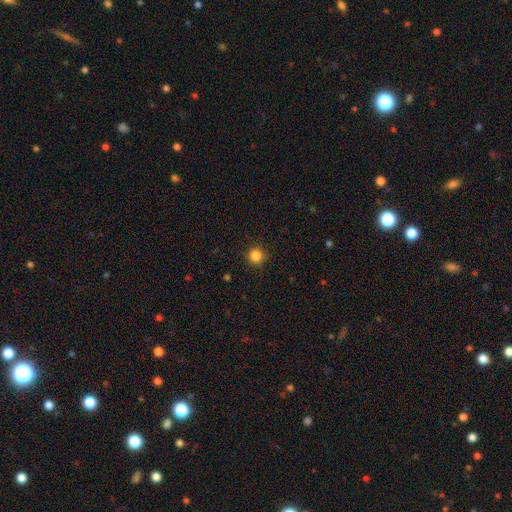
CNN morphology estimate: A smooth galaxy with no disk features (85%) that is round (95%). Merging: none (91%).